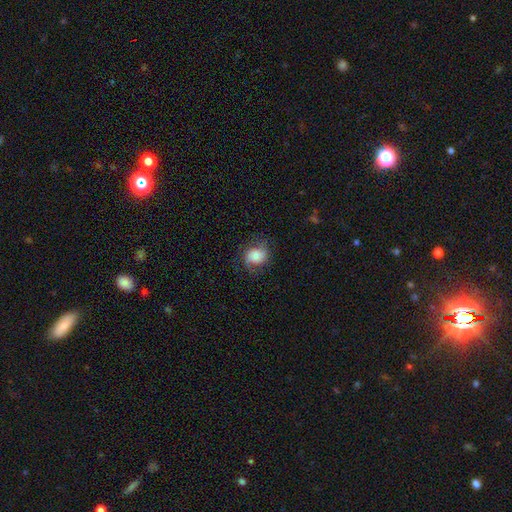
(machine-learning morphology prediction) A smooth galaxy with no disk features (57%) that is round (66%).

Vote fractions:
- Smooth or featured? smooth: 57% / featured or disk: 33% / star or artifact: 10%
- How rounded? round: 66% / in between: 33% / cigar-shaped: 1%
- Merging? none: 67% / minor disturbance: 20% / major disturbance: 11% / merger: 1%